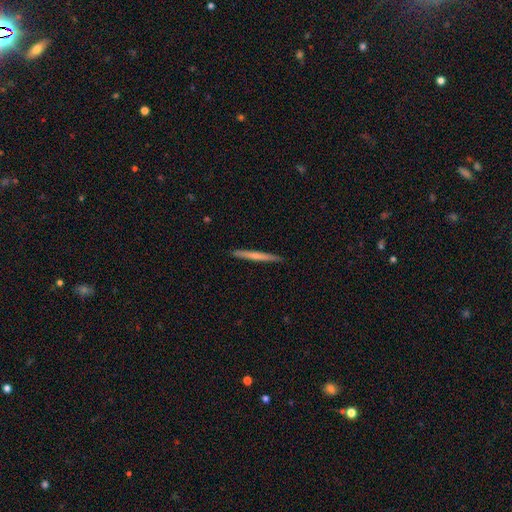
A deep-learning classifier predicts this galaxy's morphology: Smooth or featured?
  - smooth: 58% *
  - featured or disk: 37%
  - star or artifact: 5%
How rounded?
  - cigar-shaped: 97% *
  - in between: 2%
  - round: 1%
Merging?
  - none: 92% *
  - minor disturbance: 6%
  - major disturbance: 1%
  - merger: 1%